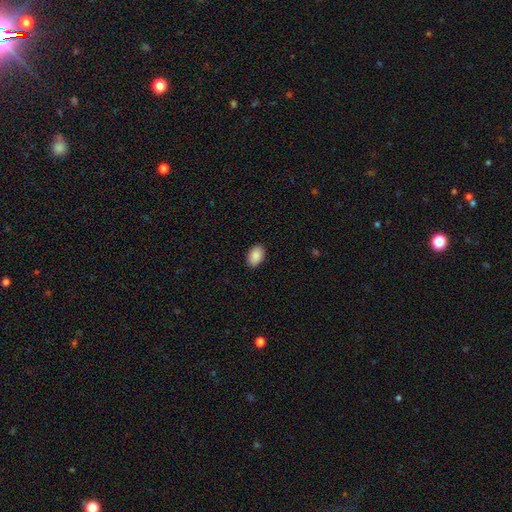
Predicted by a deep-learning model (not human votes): A smooth galaxy with no disk features (90%) that is in between round and cigar-shaped (92%). Merging: none (90%).